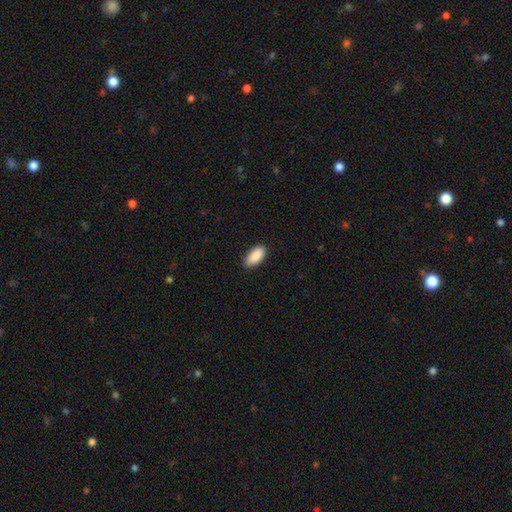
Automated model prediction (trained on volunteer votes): smooth-or-featured: smooth: 90% | star or artifact: 6% | featured or disk: 4%
  how-rounded: in between: 92% | cigar-shaped: 6% | round: 2%
  merging: none: 85% | minor disturbance: 11% | major disturbance: 2% | merger: 1%